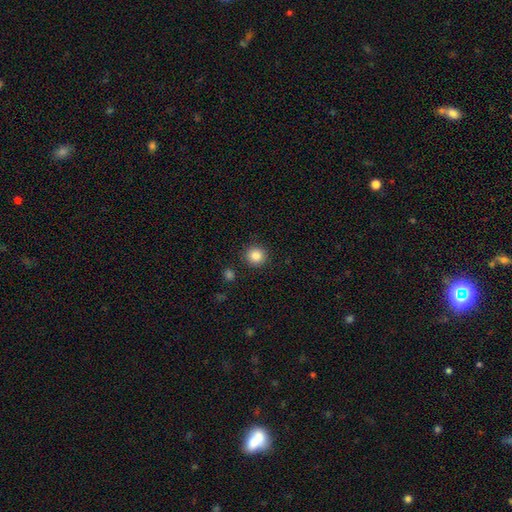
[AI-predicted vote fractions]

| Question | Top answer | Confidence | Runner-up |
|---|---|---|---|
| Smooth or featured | smooth | 86% | star or artifact (10%) |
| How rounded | round | 93% | in between (6%) |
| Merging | none | 89% | minor disturbance (6%) |